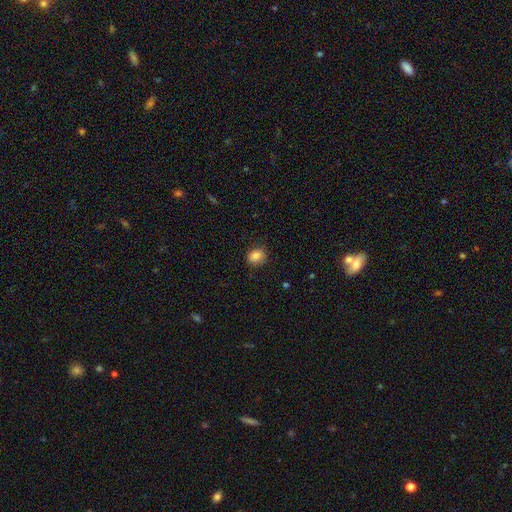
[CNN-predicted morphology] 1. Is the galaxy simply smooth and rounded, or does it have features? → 85% smooth, 10% star or artifact, 5% featured or disk.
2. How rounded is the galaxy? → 52% round, 47% in between, 1% cigar-shaped.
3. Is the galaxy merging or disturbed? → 81% none, 15% minor disturbance, 4% major disturbance, 1% merger.